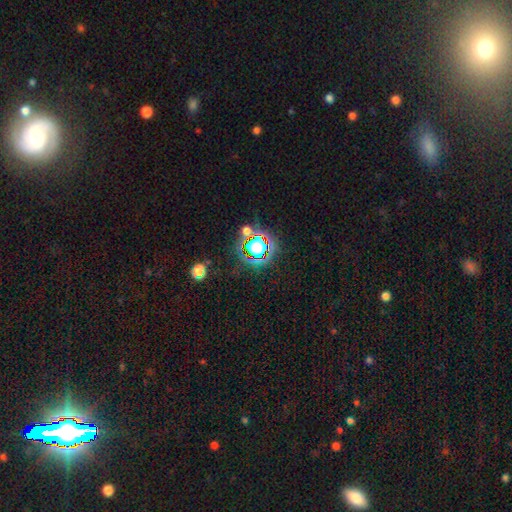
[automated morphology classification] Smooth or featured?
  - star or artifact: 71% *
  - smooth: 18%
  - featured or disk: 12%